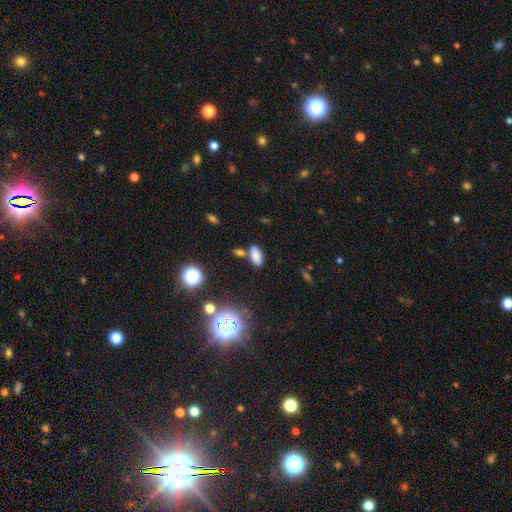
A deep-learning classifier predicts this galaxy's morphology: smooth_or_featured: smooth (p=0.80) [alt: star or artifact p=0.14]
how_rounded: in between (p=0.89) [alt: cigar-shaped p=0.07]
merging: none (p=0.73) [alt: merger p=0.13]